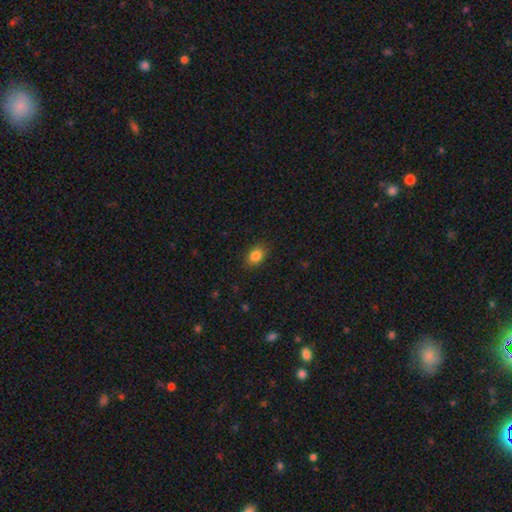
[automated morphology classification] Smooth or featured? smooth (84%)
How rounded? in between (71%)
Merging? none (86%)